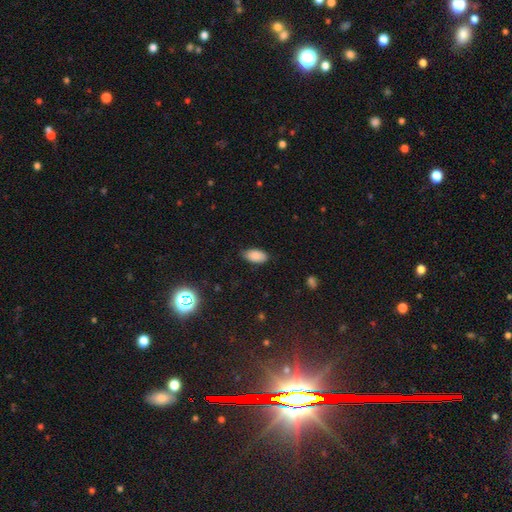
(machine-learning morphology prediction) The model was most divided on "merging": none: 82%, minor disturbance: 15%, major disturbance: 3%, merger: 1%. More confident: how rounded — in between (94%); smooth or featured — smooth (86%).